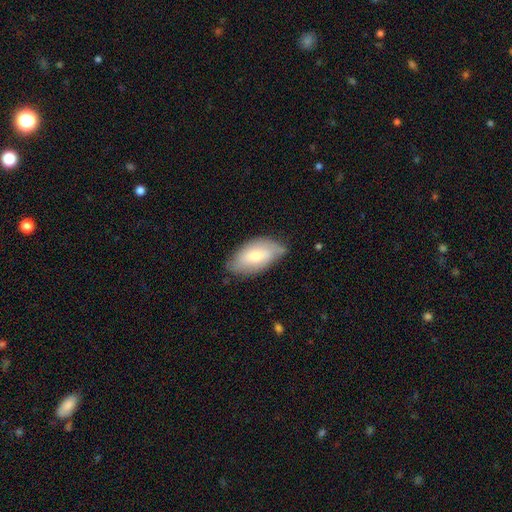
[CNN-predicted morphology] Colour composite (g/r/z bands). It shows a smooth galaxy with no disk features (55%) that is in between round and cigar-shaped (93%). Merging: none (69%).